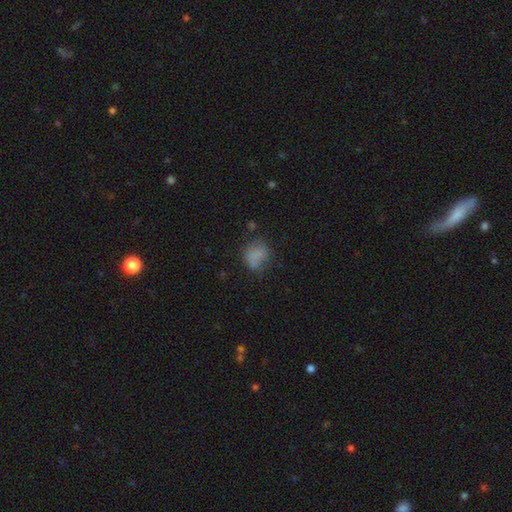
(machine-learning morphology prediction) smooth 73%, featured or disk 14%, star or artifact 12%. Down the decision tree: how rounded — round (56%); merging — none (53%).